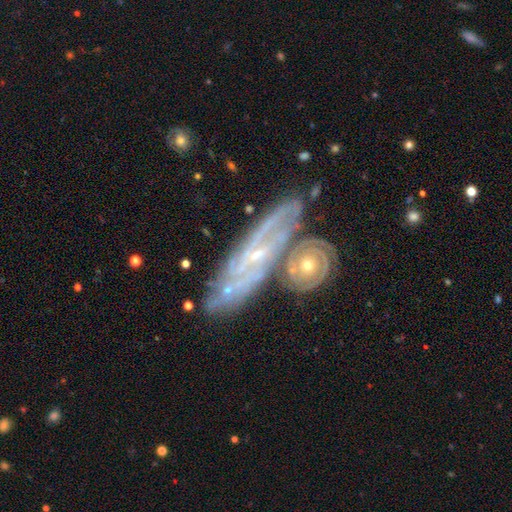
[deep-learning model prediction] Smooth or featured: featured or disk — 82% (smooth — 11%)
Edge-on disk: no — 77% (yes — 23%)
Bar: no — 47% (weak — 36%)
Spiral arms: yes — 91% (no — 9%)
Spiral winding: tight — 64% (medium — 28%)
Spiral arm count: can't tell — 44% (2 — 25%)
Bulge size: small — 79% (moderate — 15%)
Merging: none — 57% (merger — 23%)